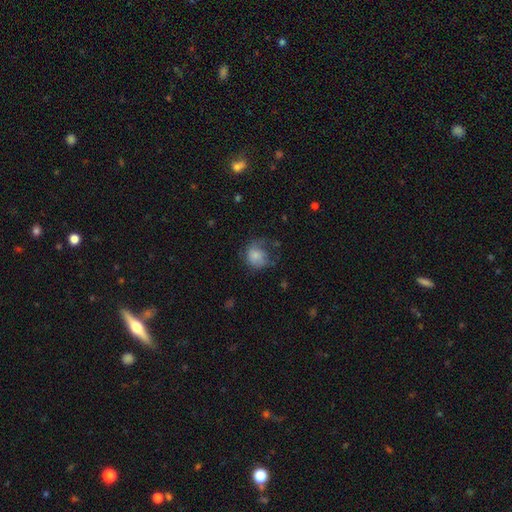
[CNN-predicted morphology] A smooth galaxy with no disk features (71%) that is round (64%). Merging: none (35%).